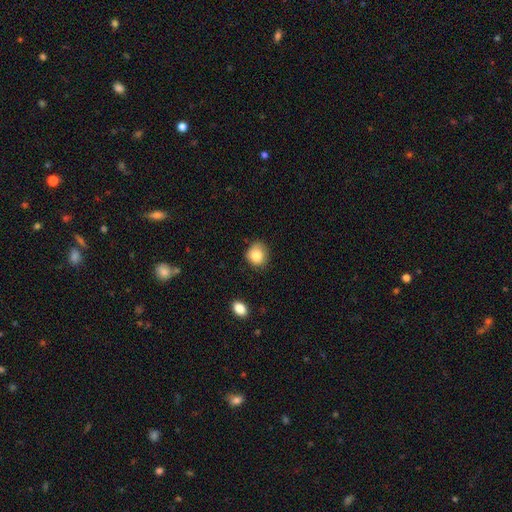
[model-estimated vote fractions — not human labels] Smooth or featured: smooth — 83% (star or artifact — 9%)
How rounded: round — 76% (in between — 23%)
Merging: none — 72% (minor disturbance — 22%)